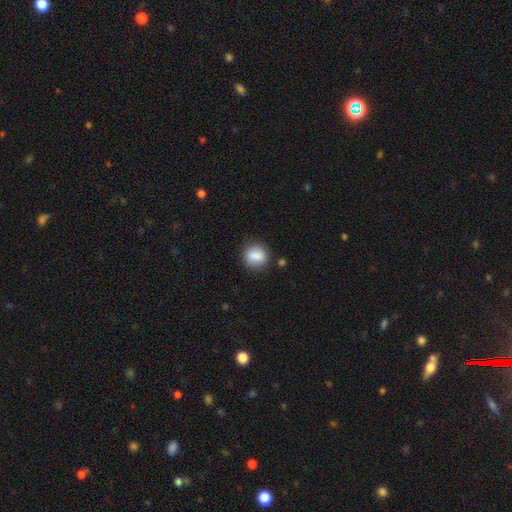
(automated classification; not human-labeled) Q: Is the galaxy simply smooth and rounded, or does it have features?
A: smooth — 87%.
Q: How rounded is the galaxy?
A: round — 76%.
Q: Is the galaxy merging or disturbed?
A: none — 82%.